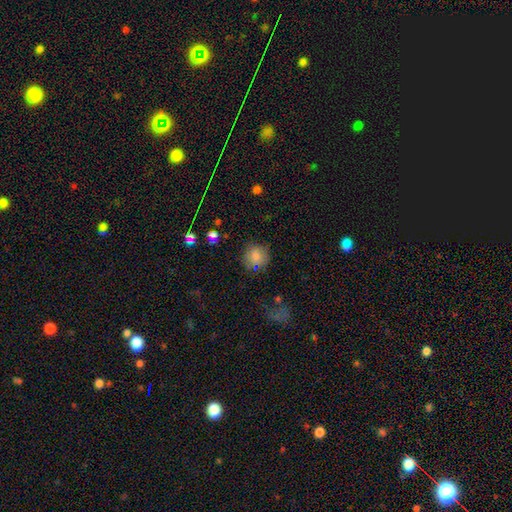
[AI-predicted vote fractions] smooth-or-featured: smooth: 80% | star or artifact: 11% | featured or disk: 9%
  how-rounded: round: 86% | in between: 13% | cigar-shaped: 1%
  merging: none: 78% | minor disturbance: 15% | major disturbance: 5% | merger: 3%